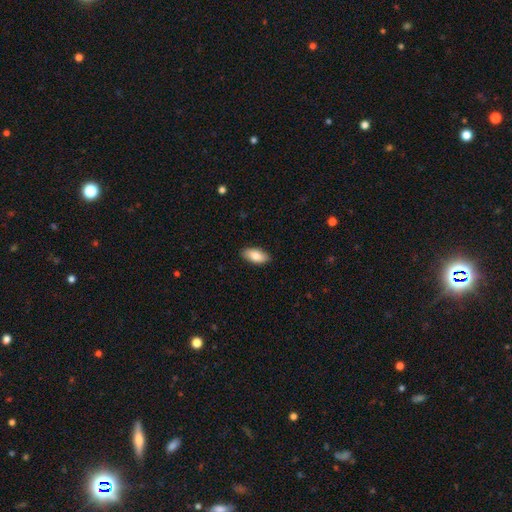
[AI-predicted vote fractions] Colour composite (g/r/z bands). It shows a smooth galaxy with no disk features (83%) that is in between round and cigar-shaped (92%). Merging: none (88%).